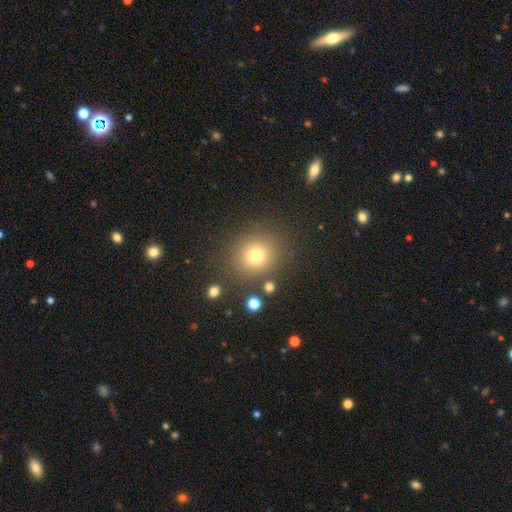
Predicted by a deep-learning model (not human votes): A smooth galaxy with no disk features (76%) that is round (83%). Merging: none (84%).